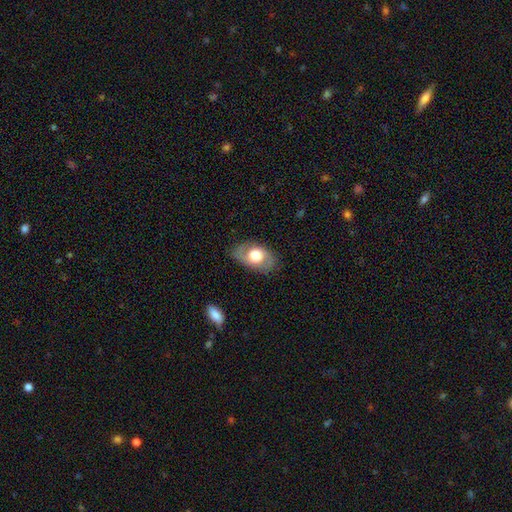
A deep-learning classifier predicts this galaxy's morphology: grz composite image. It shows a smooth galaxy with no disk features (49%). Merging: none (77%).